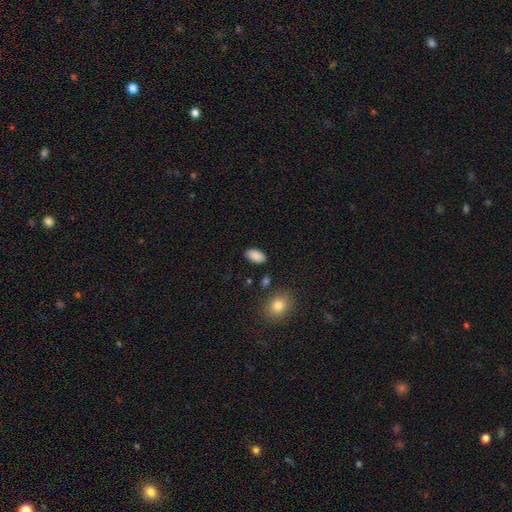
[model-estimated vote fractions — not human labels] smooth_or_featured: smooth (p=0.88) [alt: star or artifact p=0.08]
how_rounded: in between (p=0.94) [alt: round p=0.04]
merging: none (p=0.85) [alt: minor disturbance p=0.10]